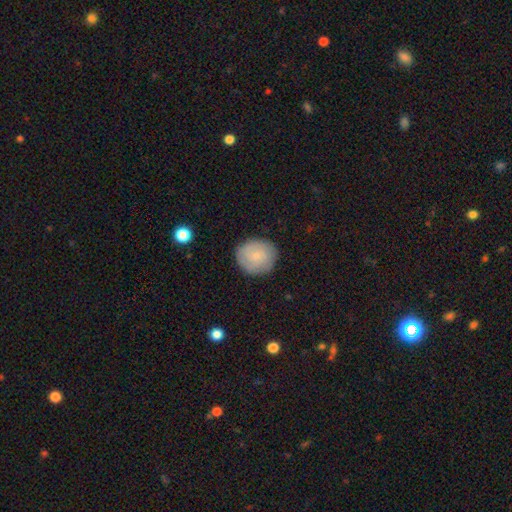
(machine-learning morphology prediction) Smooth or featured: smooth — 69% (featured or disk — 24%)
How rounded: round — 87% (in between — 12%)
Merging: none — 86% (minor disturbance — 11%)